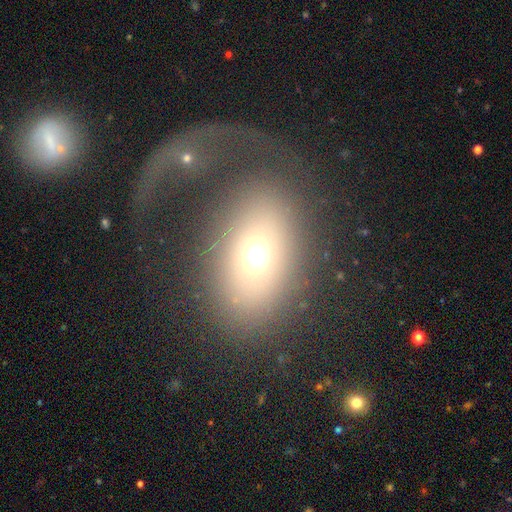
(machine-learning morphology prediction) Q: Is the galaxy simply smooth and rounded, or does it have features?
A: smooth — 65%.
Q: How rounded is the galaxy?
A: in between — 67%.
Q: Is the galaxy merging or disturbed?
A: none — 70%.